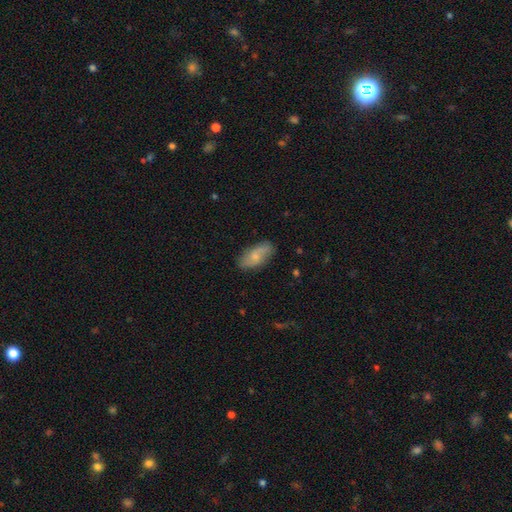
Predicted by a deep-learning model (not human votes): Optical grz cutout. It shows a smooth galaxy with no disk features (59%) that is in between round and cigar-shaped (88%). Merging: none (79%).